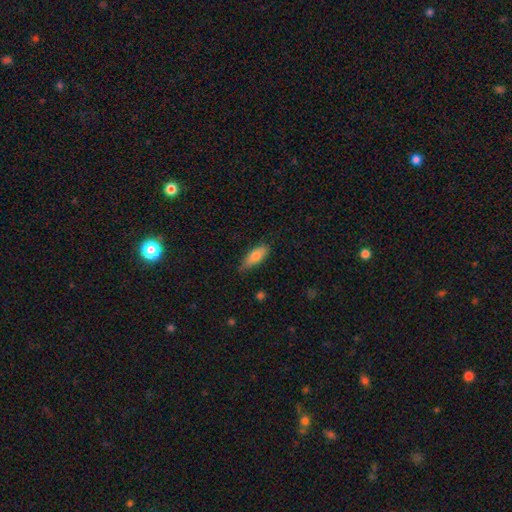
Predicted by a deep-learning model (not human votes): This appears to be a smooth galaxy with no disk features (76%) that is in between round and cigar-shaped (71%). Merging: none (70%).